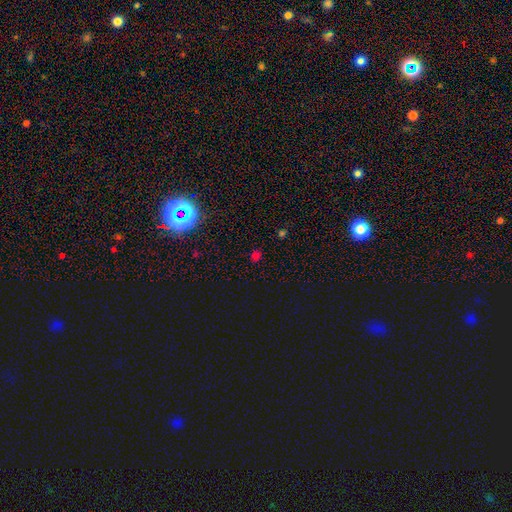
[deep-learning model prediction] Morphology: type=smooth (49%); merging=none (82%).